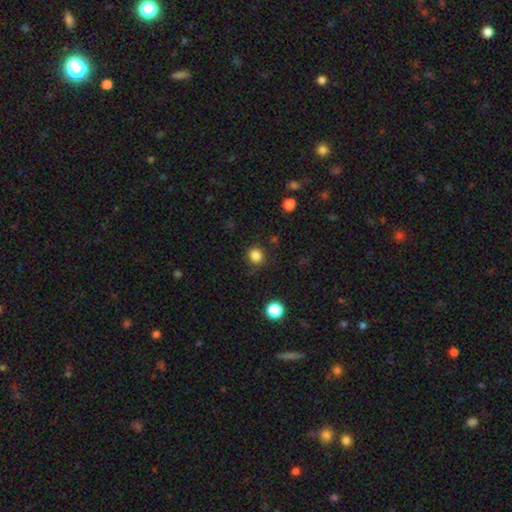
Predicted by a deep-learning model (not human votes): This appears to be a smooth galaxy with no disk features (85%) that is round (82%). Merging: none (86%).